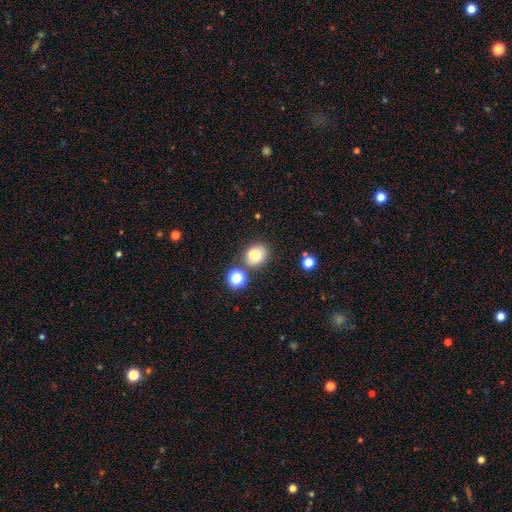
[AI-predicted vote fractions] Smooth or featured: smooth — 70% (featured or disk — 16%)
How rounded: round — 56% (in between — 43%)
Merging: none — 55% (merger — 28%)